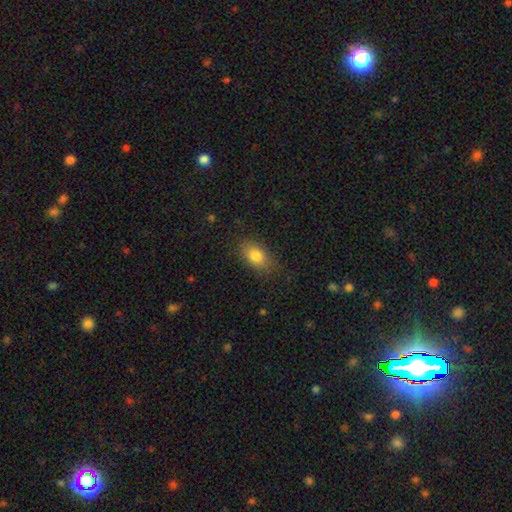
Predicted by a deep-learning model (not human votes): A smooth galaxy with no disk features (82%) that is in between round and cigar-shaped (87%).

Vote fractions:
- Smooth or featured? smooth: 82% / featured or disk: 10% / star or artifact: 8%
- How rounded? in between: 87% / round: 9% / cigar-shaped: 4%
- Merging? none: 81% / minor disturbance: 14% / major disturbance: 4% / merger: 1%